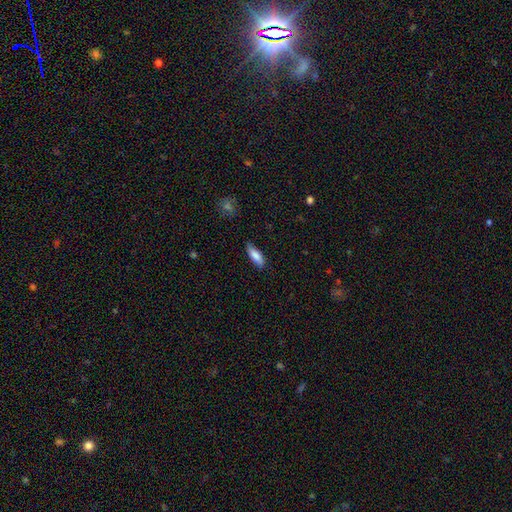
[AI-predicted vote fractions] Overall: smooth (84%). How rounded: in between (62%; cigar-shaped 36%). Merging: none (81%).